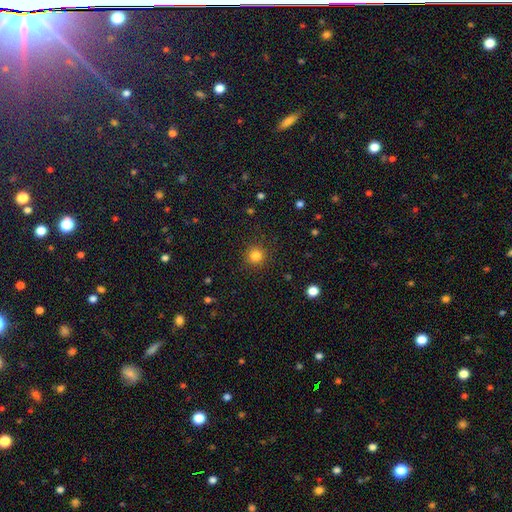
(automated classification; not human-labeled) The model was most divided on "smooth or featured": smooth: 83%, star or artifact: 13%, featured or disk: 4%. More confident: how rounded — round (94%); merging — none (90%).